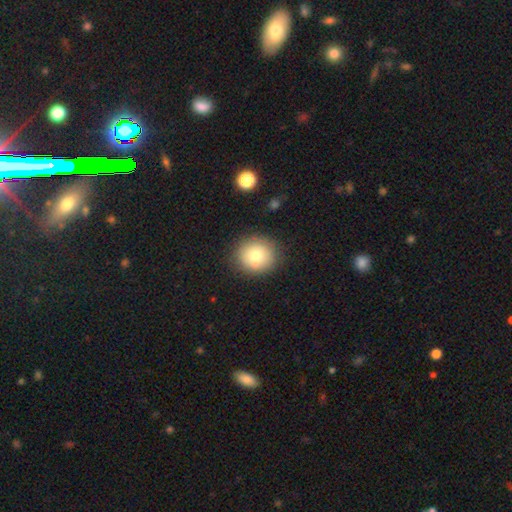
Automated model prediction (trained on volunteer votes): smooth_or_featured: smooth (p=0.77) [alt: featured or disk p=0.13]
how_rounded: round (p=0.84) [alt: in between p=0.15]
merging: none (p=0.85) [alt: minor disturbance p=0.10]